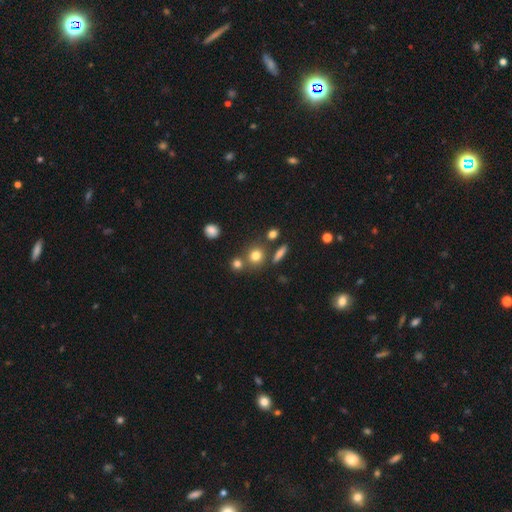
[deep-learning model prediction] A smooth galaxy with no disk features (76%) that is round (84%). Merging: none (68%).